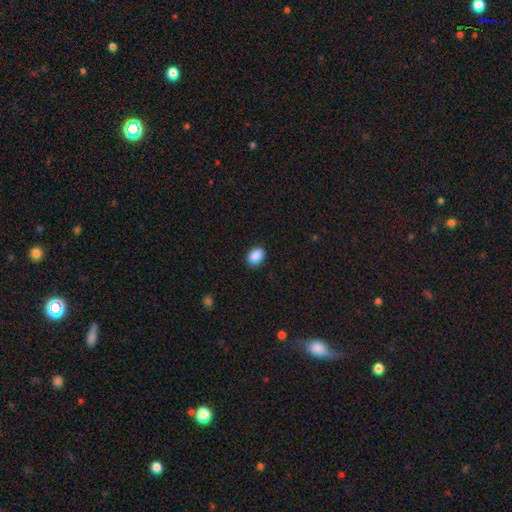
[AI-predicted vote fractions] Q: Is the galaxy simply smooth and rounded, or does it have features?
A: smooth — 90%.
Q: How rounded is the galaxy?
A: in between — 81%.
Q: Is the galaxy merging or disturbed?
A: none — 86%.